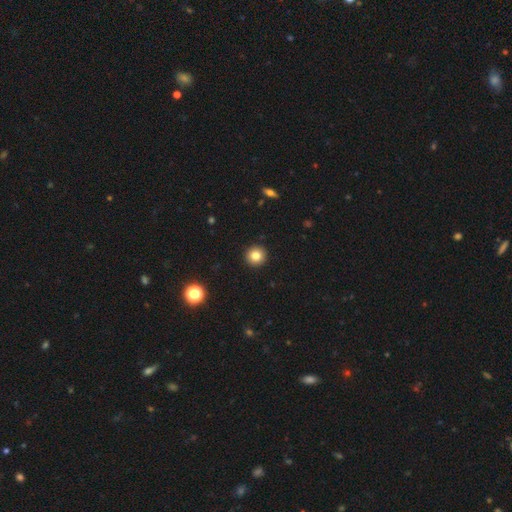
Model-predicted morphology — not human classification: A smooth galaxy with no disk features (81%) that is round (95%). Merging: none (93%).